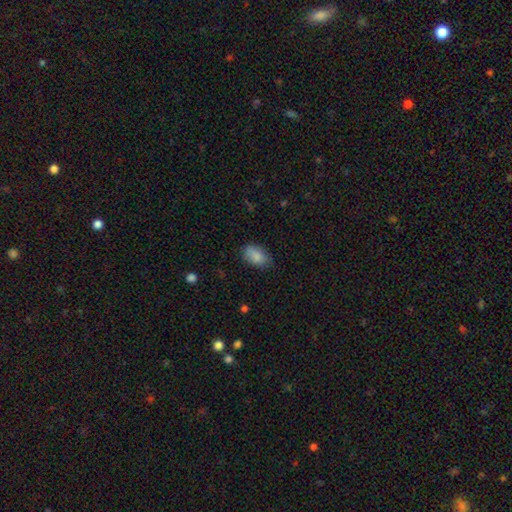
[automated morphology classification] This appears to be a smooth galaxy with no disk features (86%) that is in between round and cigar-shaped (90%). Merging: none (72%).